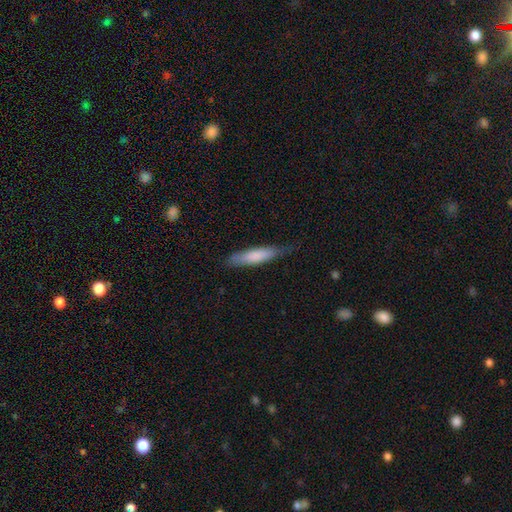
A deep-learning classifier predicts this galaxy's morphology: This appears to be a smooth galaxy with no disk features (76%) that is cigar-shaped (77%). Merging: none (69%).